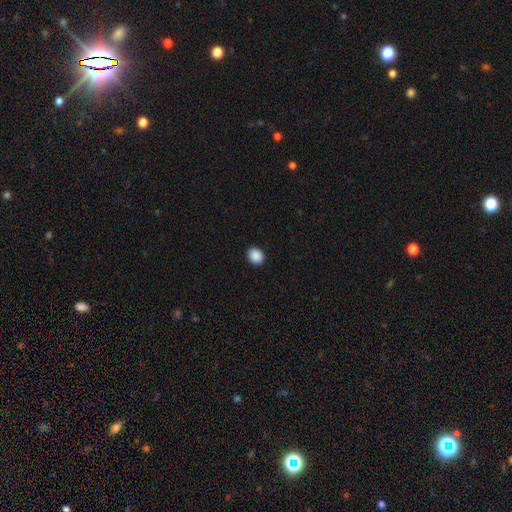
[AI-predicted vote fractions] smooth 90%, star or artifact 8%, featured or disk 2%. Down the decision tree: how rounded — round (58%); merging — none (92%).